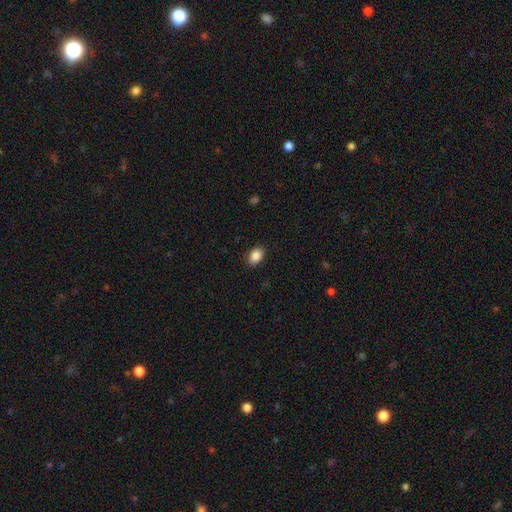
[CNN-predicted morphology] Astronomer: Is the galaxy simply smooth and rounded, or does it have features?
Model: smooth — 88%.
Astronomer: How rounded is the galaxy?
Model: in between — 86%.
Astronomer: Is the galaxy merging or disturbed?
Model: none — 88%.